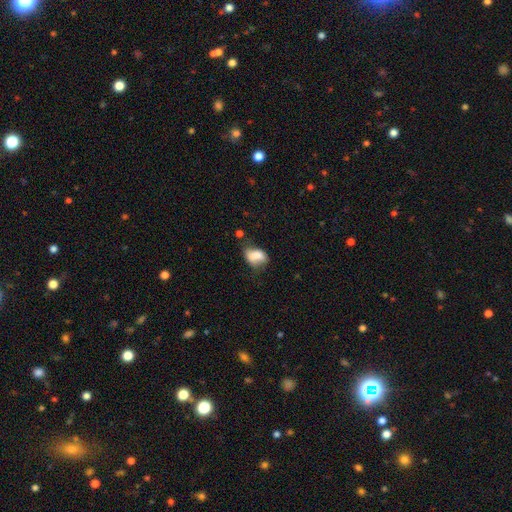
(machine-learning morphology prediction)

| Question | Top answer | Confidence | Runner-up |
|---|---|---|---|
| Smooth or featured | smooth | 74% | featured or disk (17%) |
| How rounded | in between | 82% | round (16%) |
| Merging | none | 38% | minor disturbance (34%) |